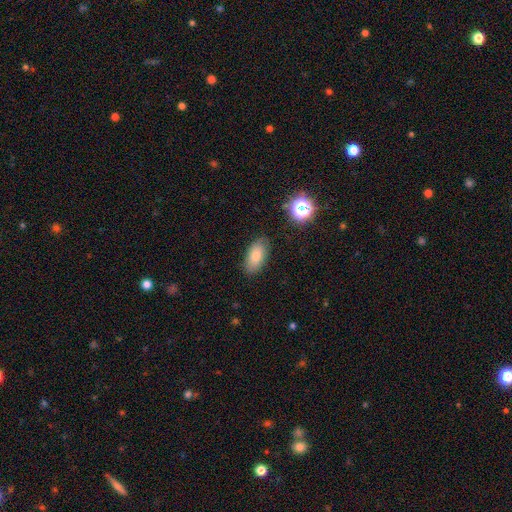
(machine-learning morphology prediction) A smooth galaxy with no disk features (76%) that is in between round and cigar-shaped (91%).

Vote fractions:
- Smooth or featured? smooth: 76% / featured or disk: 13% / star or artifact: 10%
- How rounded? in between: 91% / round: 5% / cigar-shaped: 4%
- Merging? none: 84% / minor disturbance: 12% / major disturbance: 3% / merger: 1%